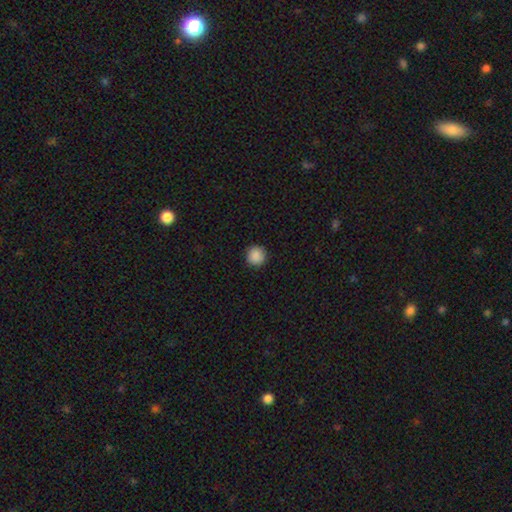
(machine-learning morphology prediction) Smooth or featured? Predicted: smooth (p=0.89). How rounded? Predicted: round (p=0.95). Merging? Predicted: none (p=0.92).